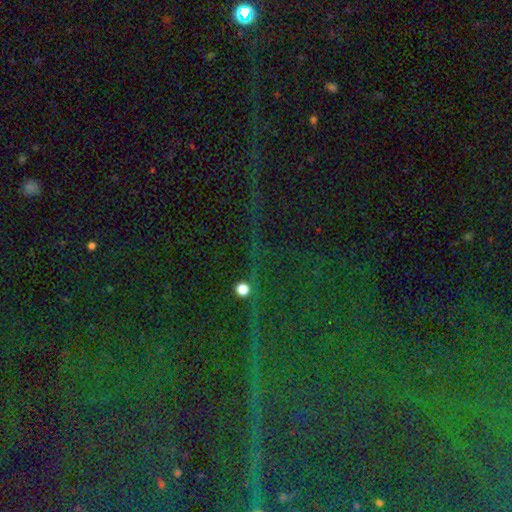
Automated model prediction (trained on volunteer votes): Overall: star or artifact (85%).